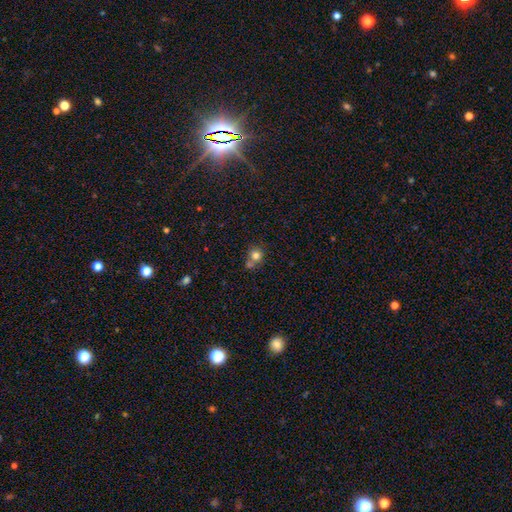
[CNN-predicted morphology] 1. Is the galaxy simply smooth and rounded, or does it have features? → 79% smooth, 12% star or artifact, 9% featured or disk.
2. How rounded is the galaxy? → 85% round, 14% in between, 1% cigar-shaped.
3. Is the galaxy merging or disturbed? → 50% none, 35% merger, 10% minor disturbance, 4% major disturbance.